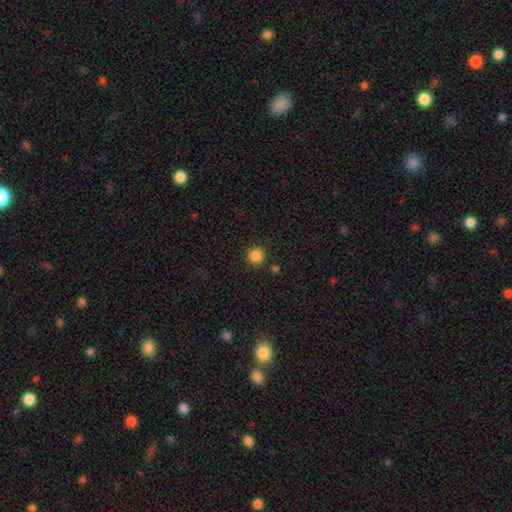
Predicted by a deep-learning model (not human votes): smooth 85%, star or artifact 12%, featured or disk 3%. Down the decision tree: how rounded — round (94%); merging — none (89%).